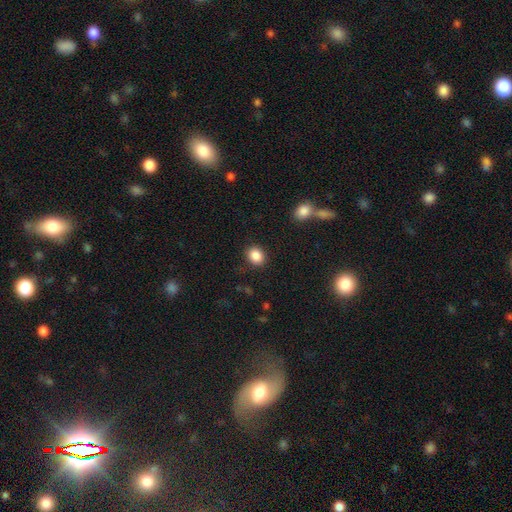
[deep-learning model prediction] This is clearly a smooth galaxy (88%). How rounded: possibly round (56%). Merging: clearly none (87%).